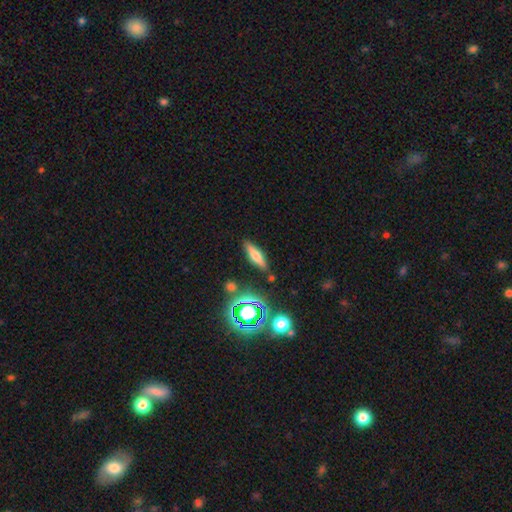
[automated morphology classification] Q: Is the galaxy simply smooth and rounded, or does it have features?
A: smooth — 53%.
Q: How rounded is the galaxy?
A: cigar-shaped — 62%.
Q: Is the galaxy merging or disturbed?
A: none — 83%.